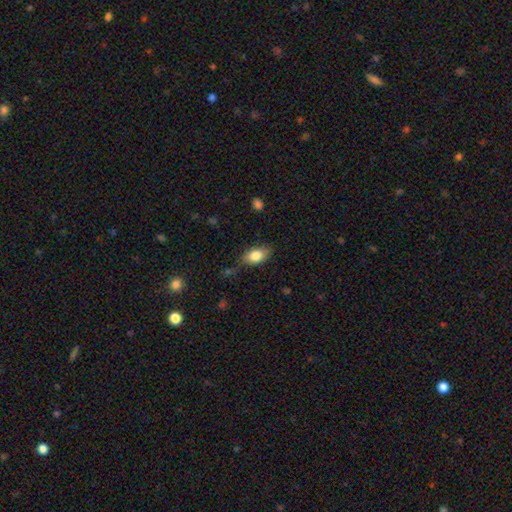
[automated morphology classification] A smooth galaxy with no disk features (81%) that is in between round and cigar-shaped (89%).

Vote fractions:
- Smooth or featured? smooth: 81% / featured or disk: 11% / star or artifact: 7%
- How rounded? in between: 89% / round: 7% / cigar-shaped: 4%
- Merging? none: 68% / minor disturbance: 22% / major disturbance: 6% / merger: 4%